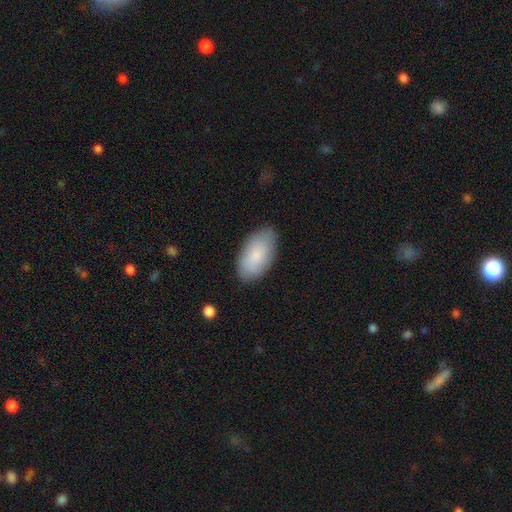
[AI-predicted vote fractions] smooth 82%, featured or disk 12%, star or artifact 6%. Down the decision tree: how rounded — in between (95%); merging — none (83%).